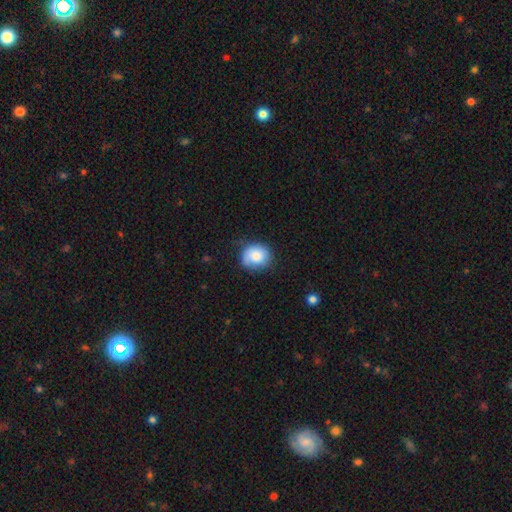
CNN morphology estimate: Smooth or featured? Predicted: smooth (p=0.79). How rounded? Predicted: round (p=0.72). Merging? Predicted: none (p=0.63).